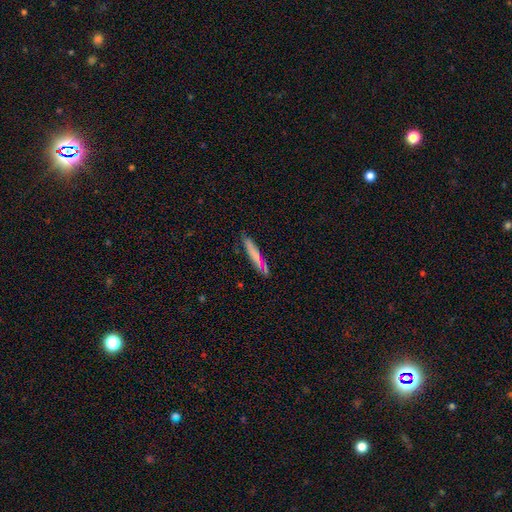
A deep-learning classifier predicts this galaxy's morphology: This is likely a smooth galaxy (67%). How rounded: clearly cigar-shaped (94%). Merging: clearly none (82%).